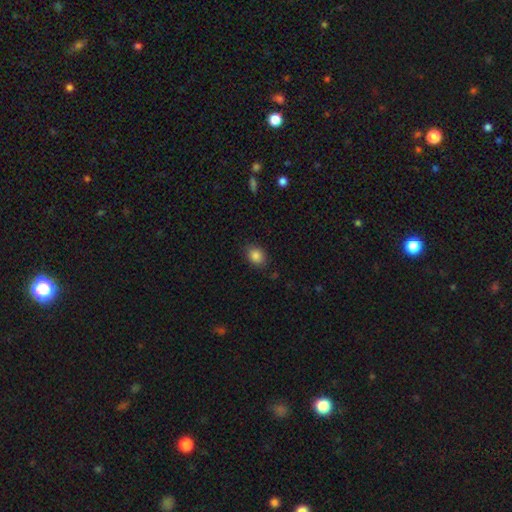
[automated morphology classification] type=smooth (86%); roundness=in between (56%); merging=none (84%).